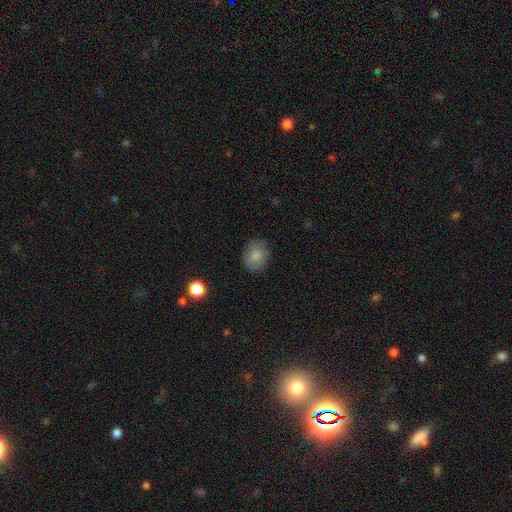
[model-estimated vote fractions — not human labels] The model was most divided on "how rounded": round: 60%, in between: 39%, cigar-shaped: 1%. More confident: smooth or featured — smooth (81%); merging — none (79%).